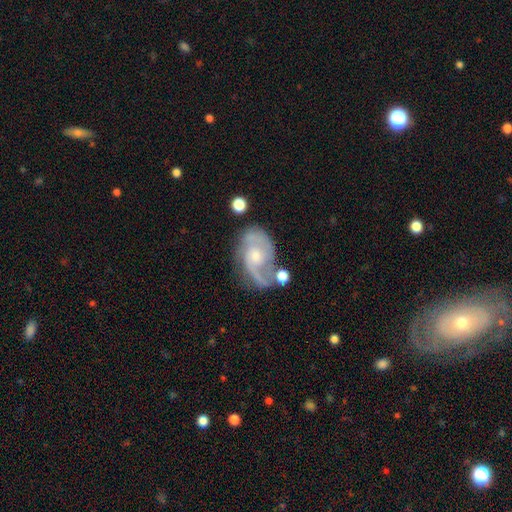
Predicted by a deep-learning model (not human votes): Morphology: type=featured or disk (84%); edge-on=no (97%); bar=no (64%); spiral arms=yes (95%); winding=medium (48%); arm count=2 (72%); bulge=small (52%); merging=none (55%).